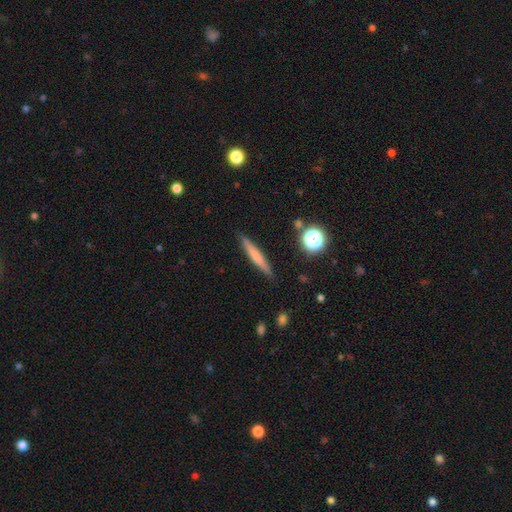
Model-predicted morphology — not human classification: A smooth galaxy with no disk features (59%) that is cigar-shaped (93%).

Vote fractions:
- Smooth or featured? smooth: 59% / featured or disk: 33% / star or artifact: 8%
- How rounded? cigar-shaped: 93% / in between: 5% / round: 2%
- Merging? none: 88% / minor disturbance: 8% / major disturbance: 2% / merger: 2%